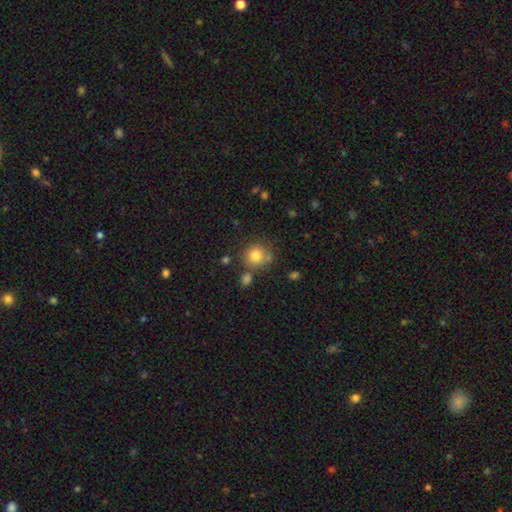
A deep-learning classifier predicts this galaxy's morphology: A smooth galaxy with no disk features (80%) that is round (88%).

Vote fractions:
- Smooth or featured? smooth: 80% / star or artifact: 11% / featured or disk: 9%
- How rounded? round: 88% / in between: 11% / cigar-shaped: 1%
- Merging? none: 69% / merger: 15% / minor disturbance: 12% / major disturbance: 4%